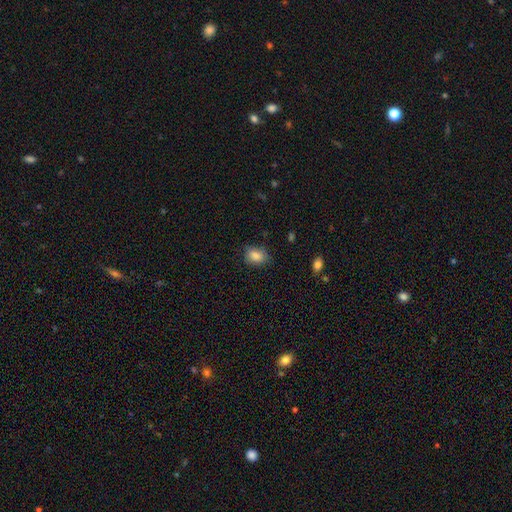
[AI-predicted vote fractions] Q: Smooth or featured?
A: smooth (86%); runner-up: star or artifact (8%)
Q: How rounded?
A: in between (72%); runner-up: round (27%)
Q: Merging?
A: none (74%); runner-up: minor disturbance (20%)